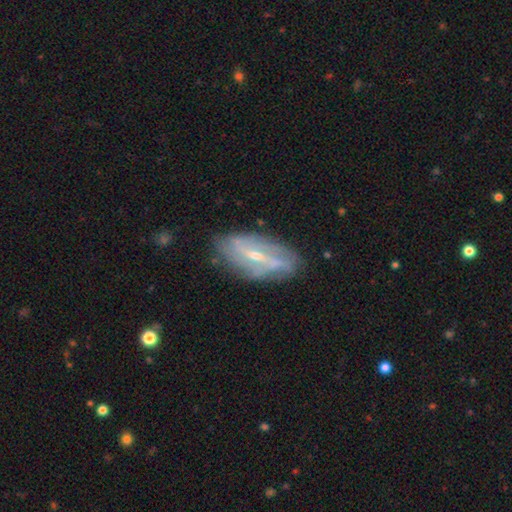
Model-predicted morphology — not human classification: smooth-or-featured: featured or disk: 77% | smooth: 16% | star or artifact: 7%
  disk-edge-on: no: 87% | yes: 13%
    bar: weak: 42% | strong: 39% | no: 19%
    has-spiral-arms: yes: 82% | no: 18%
      spiral-winding: medium: 35% | tight: 34% | loose: 31%
      spiral-arm-count: 2: 49% | can't tell: 32% | 3: 9% | 4: 4% | 1: 4% | more than 4: 3%
    bulge-size: small: 60% | moderate: 36% | none: 2% | large: 1% | dominant: 1%
  merging: none: 73% | minor disturbance: 19% | major disturbance: 6% | merger: 2%